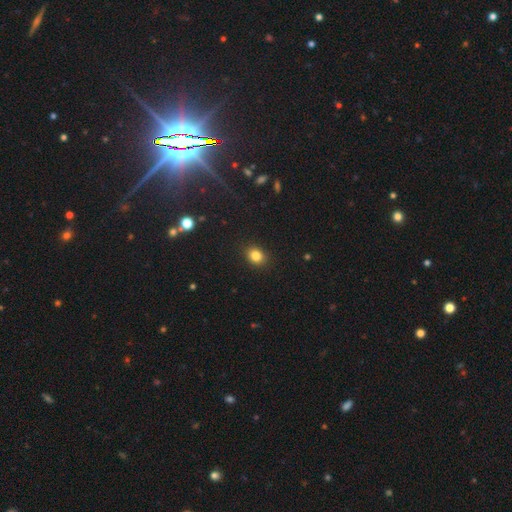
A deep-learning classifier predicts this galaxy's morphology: This appears to be a smooth galaxy with no disk features (84%) that is round (50%). Merging: none (88%).